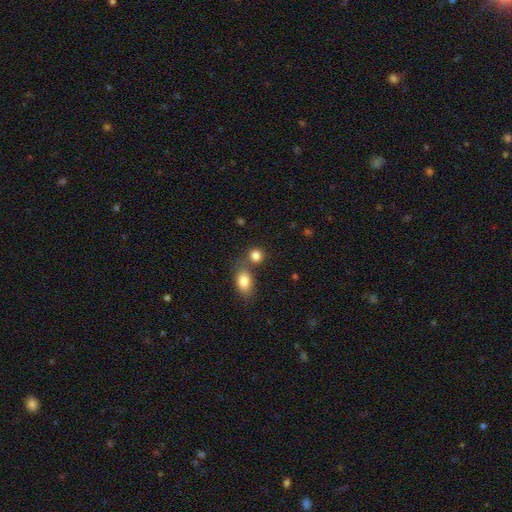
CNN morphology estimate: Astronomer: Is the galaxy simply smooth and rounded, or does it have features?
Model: smooth — 83%.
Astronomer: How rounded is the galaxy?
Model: round — 74%.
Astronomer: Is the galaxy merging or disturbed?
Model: none — 54% (runner-up: merger, 33%).